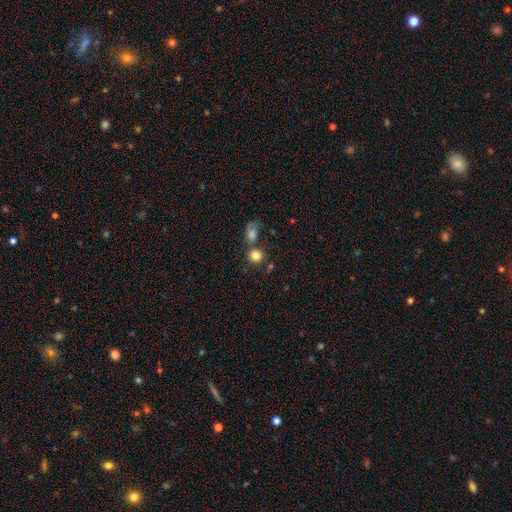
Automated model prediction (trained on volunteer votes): This appears to be a smooth galaxy with no disk features (81%) that is round (85%). Merging: none (59%).